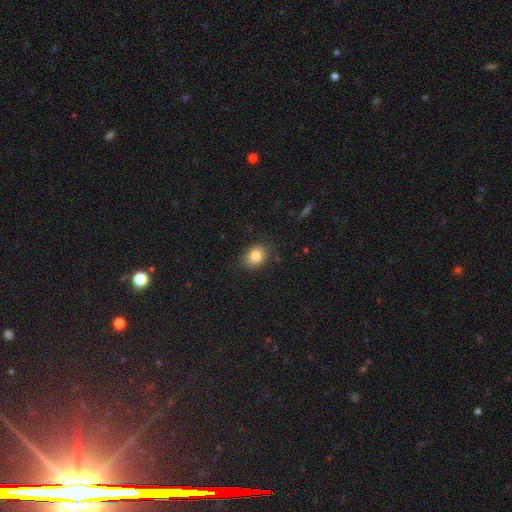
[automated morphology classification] The model was most divided on "how rounded": in between: 61%, round: 38%, cigar-shaped: 1%. More confident: smooth or featured — smooth (84%); merging — none (83%).